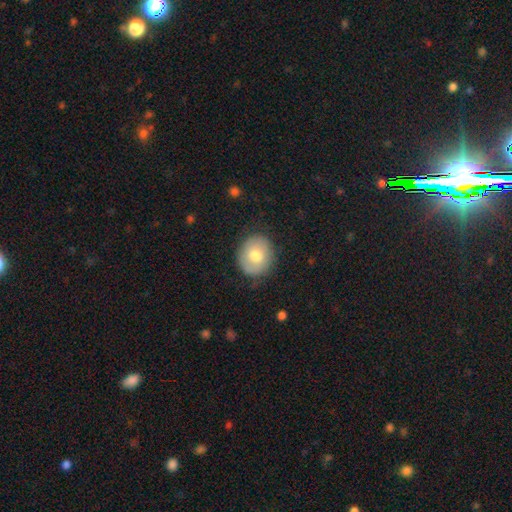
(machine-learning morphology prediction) Smooth or featured?
  - smooth: 72% *
  - featured or disk: 21%
  - star or artifact: 7%
How rounded?
  - round: 77% *
  - in between: 22%
  - cigar-shaped: 1%
Merging?
  - none: 82% *
  - minor disturbance: 13%
  - major disturbance: 4%
  - merger: 1%